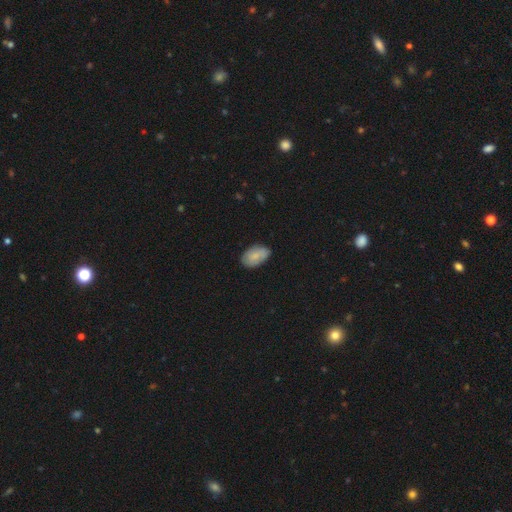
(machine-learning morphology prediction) This appears to be a smooth galaxy with no disk features (77%) that is in between round and cigar-shaped (92%). Merging: none (78%).